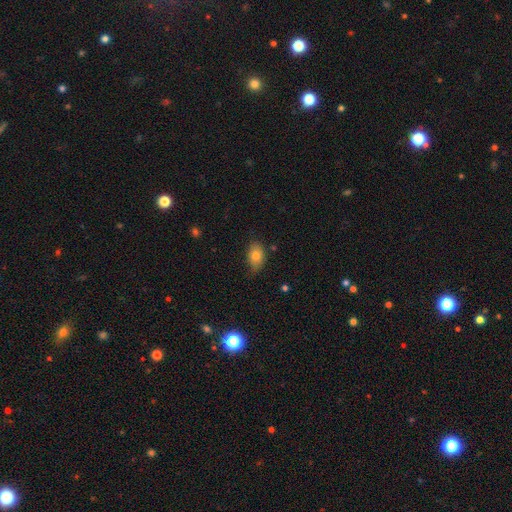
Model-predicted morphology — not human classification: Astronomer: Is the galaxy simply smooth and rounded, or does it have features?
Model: smooth — 78%.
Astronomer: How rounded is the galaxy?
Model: in between — 85%.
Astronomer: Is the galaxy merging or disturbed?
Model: none — 73%.